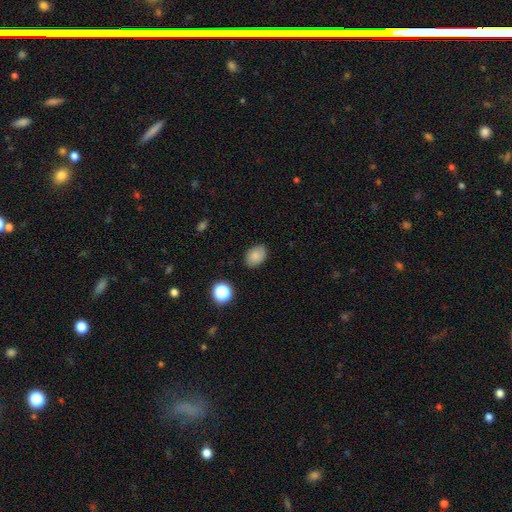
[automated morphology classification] Overall: smooth (82%). How rounded: in between (73%). Merging: none (82%).